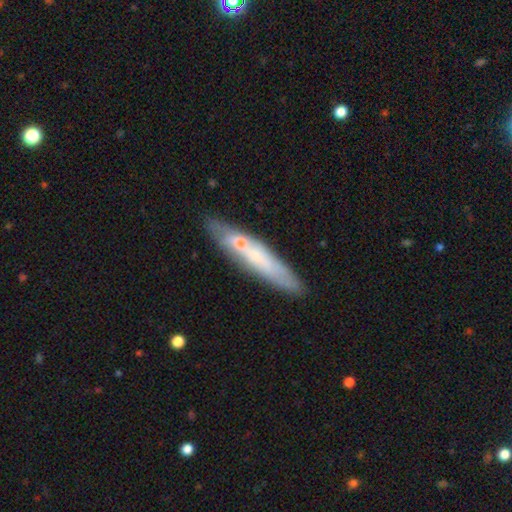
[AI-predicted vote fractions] Smooth or featured: smooth — 48% (featured or disk — 44%)
Merging: none — 72% (minor disturbance — 15%)